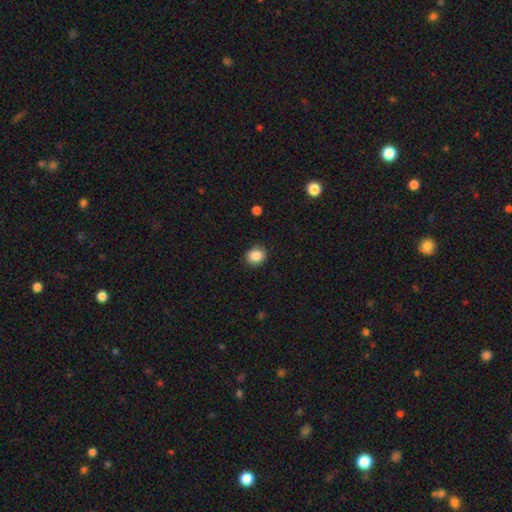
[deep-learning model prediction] smooth 87%, star or artifact 9%, featured or disk 4%. Down the decision tree: how rounded — round (73%); merging — none (90%).